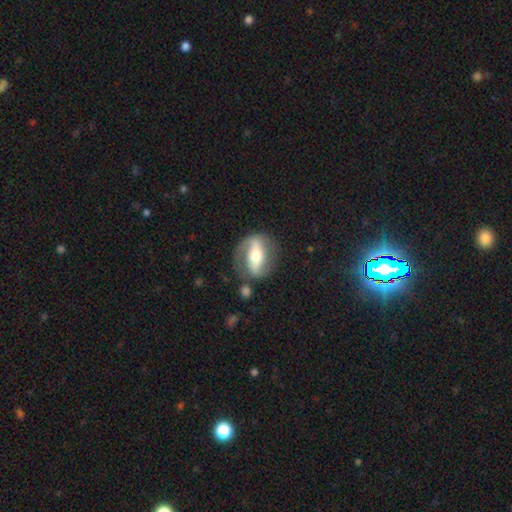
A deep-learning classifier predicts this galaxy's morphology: A featured or disk galaxy (76%) with a strong bar (63%), 2 (85%) medium (43%) spiral arms (74%) and a moderate central bulge (68%).

Vote fractions:
- Smooth or featured? featured or disk: 76% / smooth: 18% / star or artifact: 5%
- Edge-on disk? no: 89% / yes: 11%
- Bar? strong: 63% / weak: 20% / no: 17%
- Spiral arms? yes: 74% / no: 26%
- Spiral winding? medium: 43% / loose: 30% / tight: 27%
- Spiral arm count? 2: 85% / can't tell: 7% / 1: 6% / 3: 1% / 4: 1% / more than 4: 1%
- Bulge size? moderate: 68% / small: 14% / large: 14% / dominant: 2% / none: 1%
- Merging? none: 74% / minor disturbance: 15% / major disturbance: 8% / merger: 3%